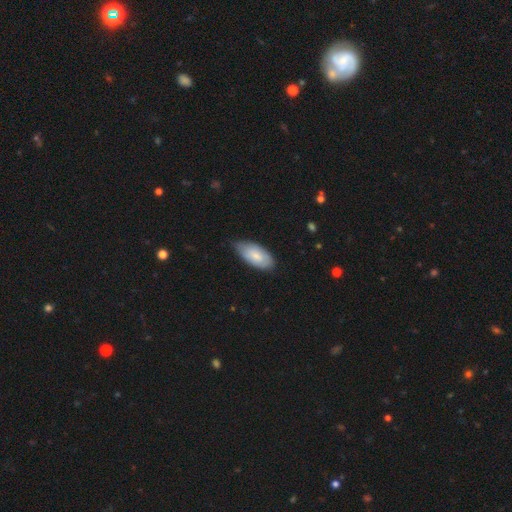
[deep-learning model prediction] Morphology: type=smooth (72%); roundness=in between (93%); merging=none (63%).